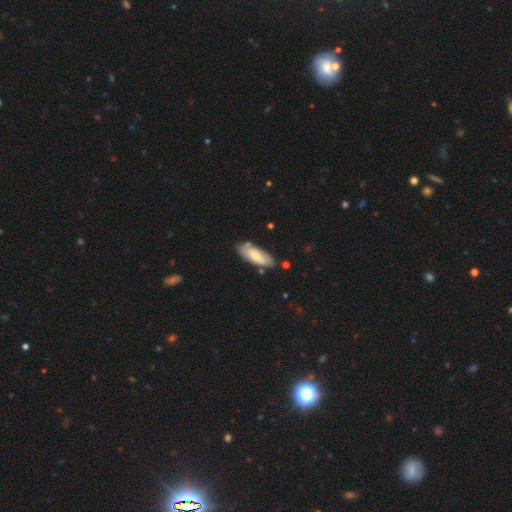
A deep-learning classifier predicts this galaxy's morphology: type=smooth (67%); roundness=in between (74%); merging=none (75%).